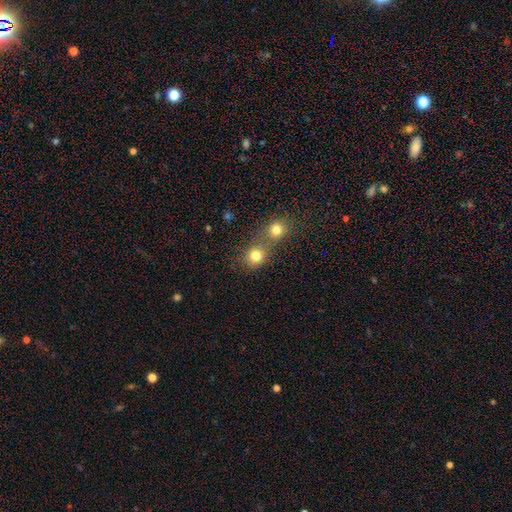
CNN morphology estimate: Smooth or featured? smooth (80%)
How rounded? round (83%)
Merging? none (46%)